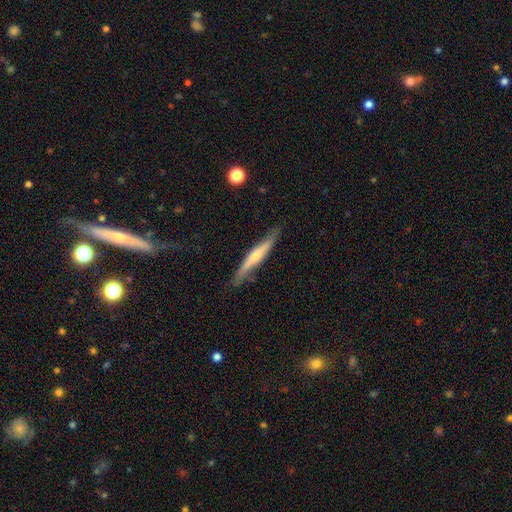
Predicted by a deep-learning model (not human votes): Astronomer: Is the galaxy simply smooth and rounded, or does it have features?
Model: featured or disk — 59% (runner-up: smooth, 35%).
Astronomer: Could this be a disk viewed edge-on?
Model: yes — 90%.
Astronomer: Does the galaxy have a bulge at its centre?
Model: rounded — 74%.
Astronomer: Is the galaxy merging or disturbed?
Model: none — 77%.